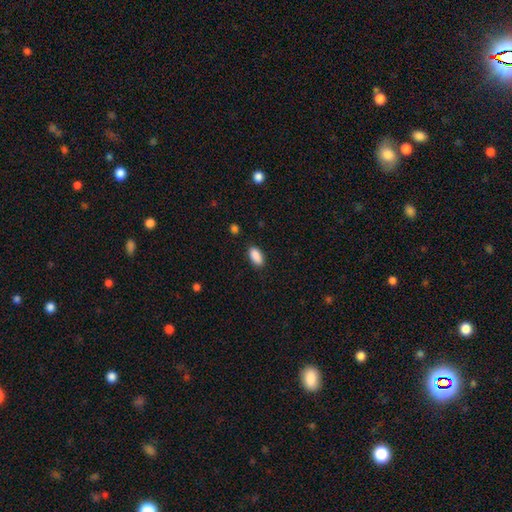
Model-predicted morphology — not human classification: This is clearly a smooth galaxy (90%). How rounded: clearly in between (92%). Merging: clearly none (87%).